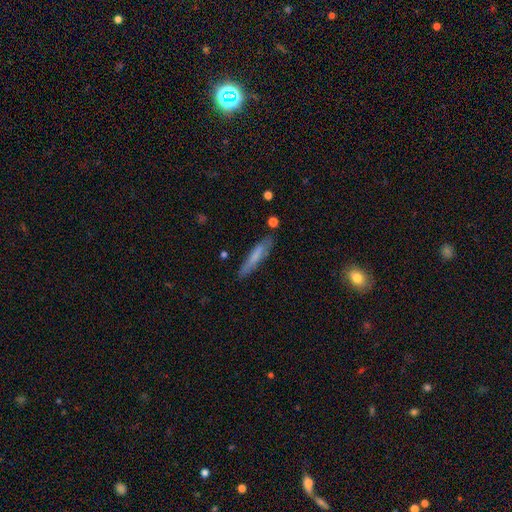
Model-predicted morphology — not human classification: Smooth or featured: smooth — 63% (featured or disk — 30%)
How rounded: cigar-shaped — 88% (in between — 10%)
Merging: none — 78% (minor disturbance — 16%)